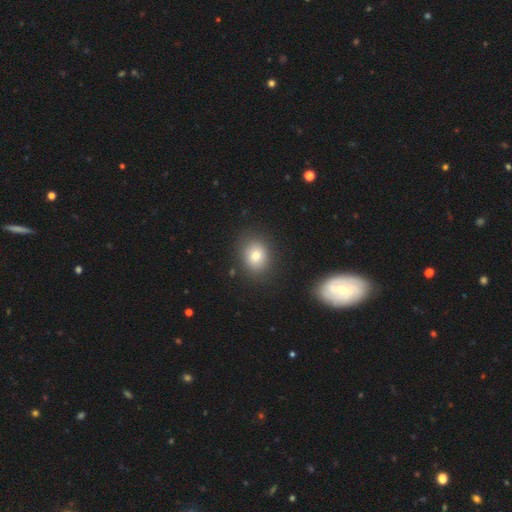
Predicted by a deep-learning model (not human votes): A smooth galaxy with no disk features (78%) that is round (58%).

Vote fractions:
- Smooth or featured? smooth: 78% / star or artifact: 11% / featured or disk: 11%
- How rounded? round: 58% / in between: 41% / cigar-shaped: 1%
- Merging? none: 85% / minor disturbance: 10% / major disturbance: 3% / merger: 2%